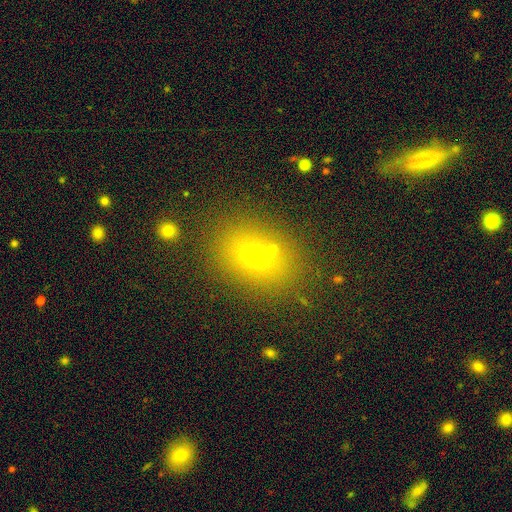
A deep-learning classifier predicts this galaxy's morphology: Q: Smooth or featured?
A: smooth (60%); runner-up: star or artifact (23%)
Q: How rounded?
A: in between (59%); runner-up: round (39%)
Q: Merging?
A: none (71%); runner-up: merger (15%)